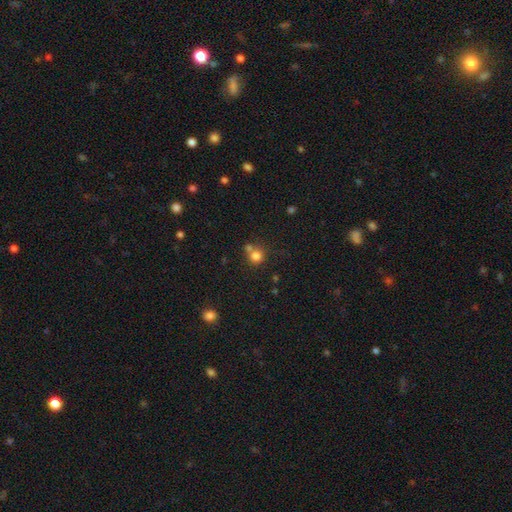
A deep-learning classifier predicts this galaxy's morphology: Q: Smooth or featured?
A: smooth (79%); runner-up: star or artifact (13%)
Q: How rounded?
A: round (89%); runner-up: in between (10%)
Q: Merging?
A: none (54%); runner-up: merger (33%)